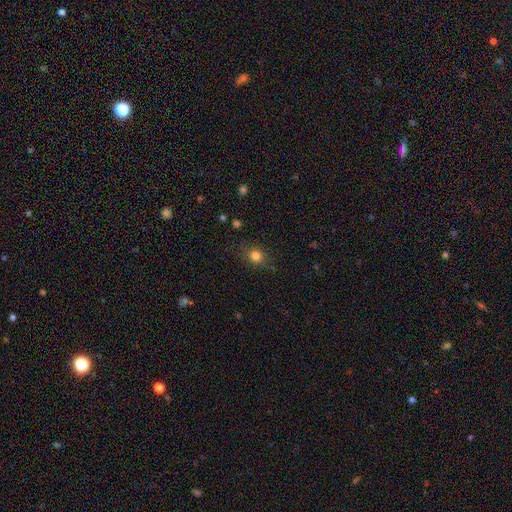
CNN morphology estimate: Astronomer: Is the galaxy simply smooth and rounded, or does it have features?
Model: smooth — 79%.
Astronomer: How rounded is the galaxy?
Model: round — 68%.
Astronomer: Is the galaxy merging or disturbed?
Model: none — 81%.